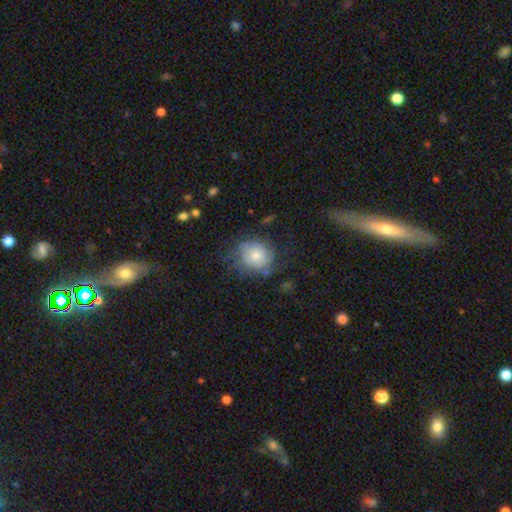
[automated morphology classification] A smooth galaxy with no disk features (48%). Merging: none (56%).